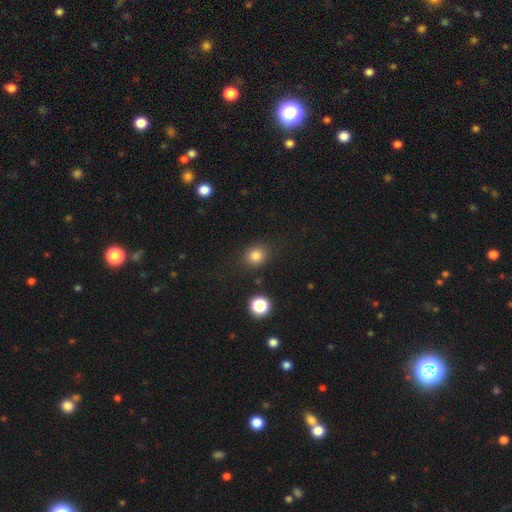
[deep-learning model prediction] Morphology: type=smooth (82%); roundness=round (75%); merging=none (86%).